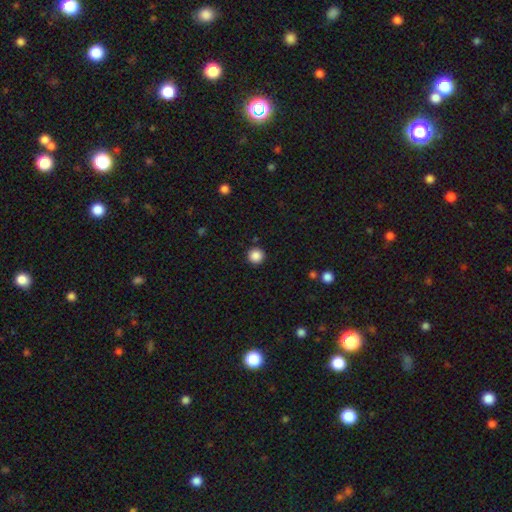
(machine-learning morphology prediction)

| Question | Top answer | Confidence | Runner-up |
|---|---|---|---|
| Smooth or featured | smooth | 87% | star or artifact (10%) |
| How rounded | round | 96% | in between (3%) |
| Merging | none | 91% | minor disturbance (5%) |